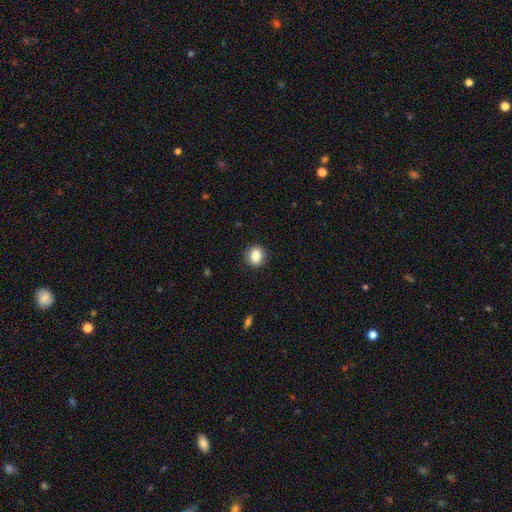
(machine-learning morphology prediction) Smooth or featured?
  - smooth: 86% *
  - star or artifact: 9%
  - featured or disk: 5%
How rounded?
  - round: 77% *
  - in between: 22%
  - cigar-shaped: 1%
Merging?
  - none: 90% *
  - minor disturbance: 7%
  - major disturbance: 2%
  - merger: 1%